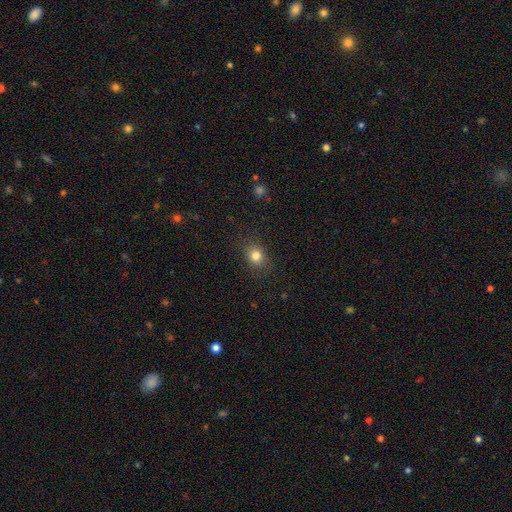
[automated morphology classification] The model was most divided on "how rounded": round: 57%, in between: 41%, cigar-shaped: 1%. More confident: merging — none (84%); smooth or featured — smooth (80%).